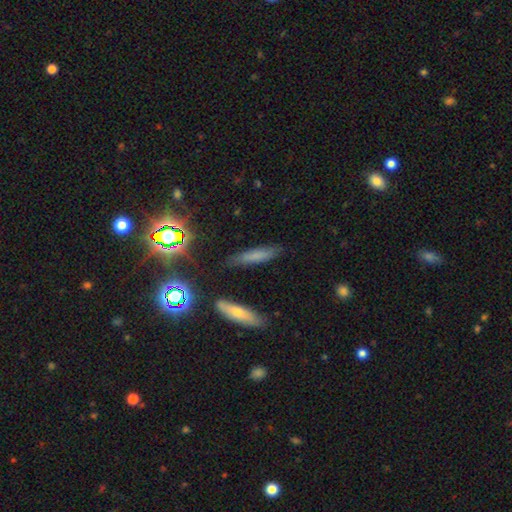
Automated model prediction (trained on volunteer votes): The model was most divided on "smooth or featured": smooth: 67%, featured or disk: 17%, star or artifact: 17%. More confident: merging — none (81%); how rounded — cigar-shaped (79%).